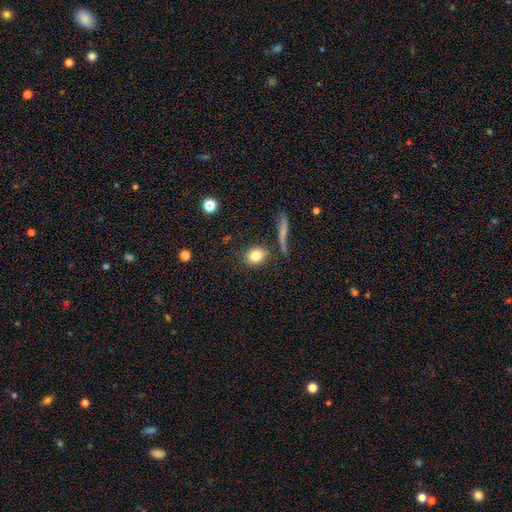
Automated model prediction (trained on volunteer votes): This is clearly a smooth galaxy (80%). How rounded: likely round (62%). Merging: likely none (79%).